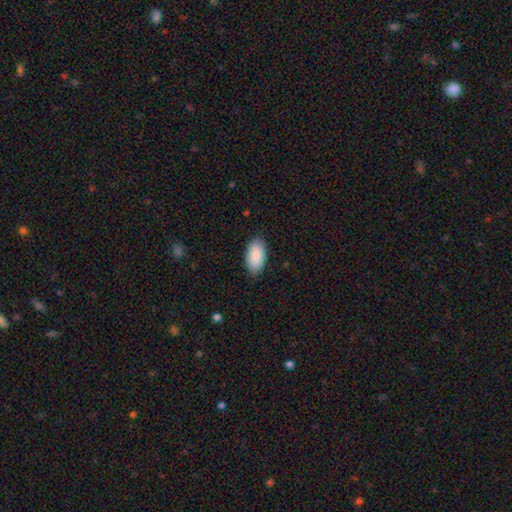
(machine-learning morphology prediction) Smooth or featured: smooth — 88% (featured or disk — 6%)
How rounded: in between — 95% (round — 3%)
Merging: none — 87% (minor disturbance — 10%)